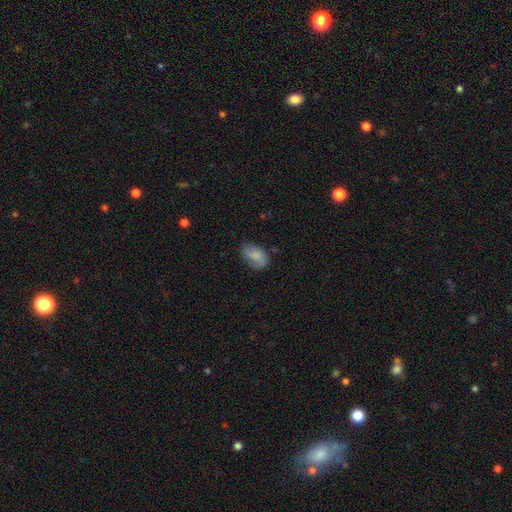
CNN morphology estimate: A smooth galaxy with no disk features (75%) that is in between round and cigar-shaped (89%). Merging: none (64%).